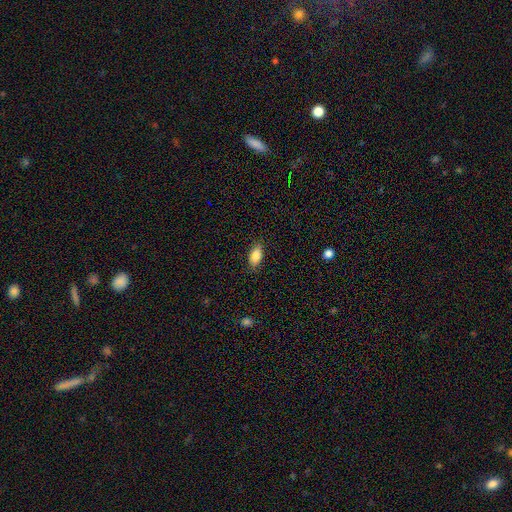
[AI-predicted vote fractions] smooth_or_featured: smooth (p=0.85) [alt: featured or disk p=0.08]
how_rounded: in between (p=0.89) [alt: cigar-shaped p=0.06]
merging: none (p=0.85) [alt: minor disturbance p=0.11]